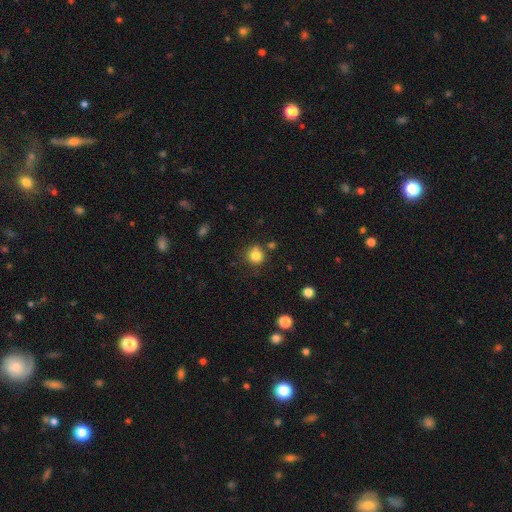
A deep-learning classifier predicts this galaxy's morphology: Smooth or featured? smooth (82%)
How rounded? round (90%)
Merging? none (76%)